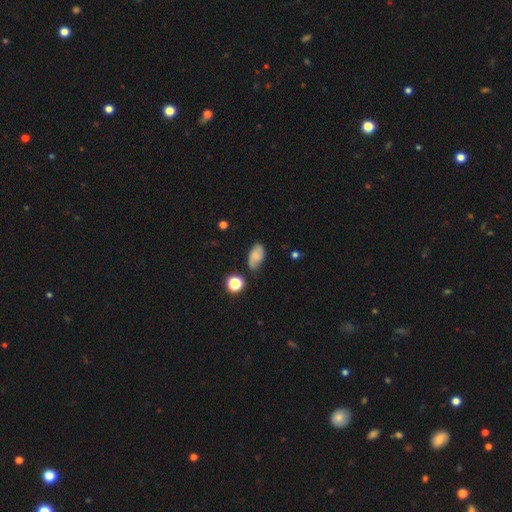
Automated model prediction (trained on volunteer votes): smooth 64%, featured or disk 25%, star or artifact 11%. Down the decision tree: how rounded — in between (90%); merging — none (66%).